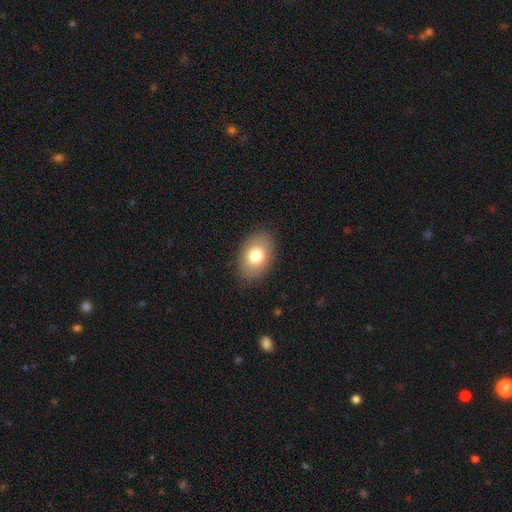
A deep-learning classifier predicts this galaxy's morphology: smooth_or_featured: smooth (p=0.79) [alt: featured or disk p=0.13]
how_rounded: in between (p=0.86) [alt: round p=0.13]
merging: none (p=0.86) [alt: minor disturbance p=0.10]